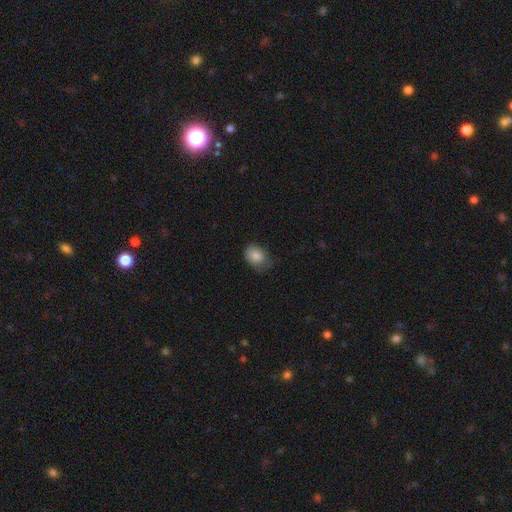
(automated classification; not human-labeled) smooth_or_featured: smooth (p=0.83) [alt: featured or disk p=0.09]
how_rounded: in between (p=0.59) [alt: round p=0.40]
merging: none (p=0.55) [alt: minor disturbance p=0.33]